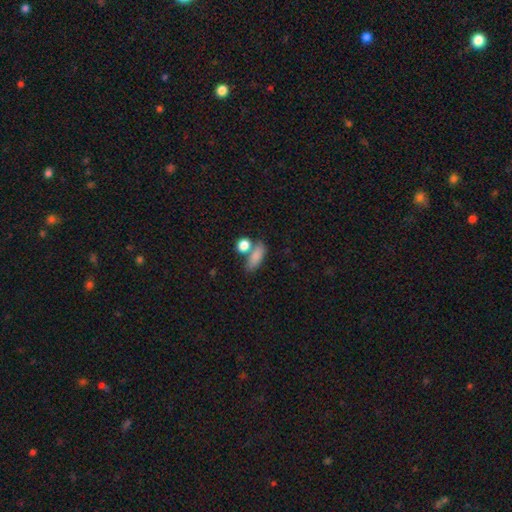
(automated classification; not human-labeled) A smooth galaxy with no disk features (83%) that is in between round and cigar-shaped (72%).

Vote fractions:
- Smooth or featured? smooth: 83% / star or artifact: 9% / featured or disk: 8%
- How rounded? in between: 72% / cigar-shaped: 17% / round: 12%
- Merging? none: 54% / merger: 26% / minor disturbance: 14% / major disturbance: 6%